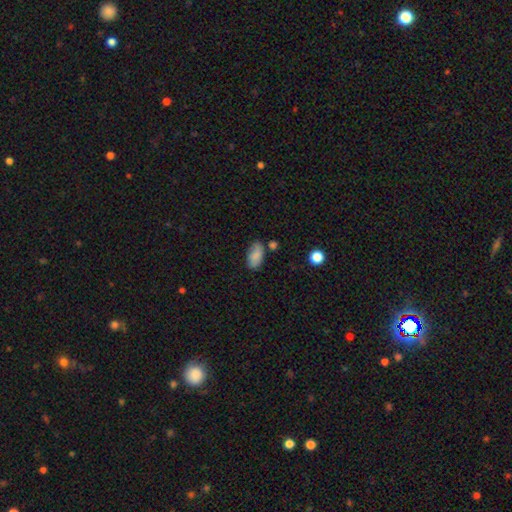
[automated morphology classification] Smooth or featured? Predicted: smooth (p=0.82). How rounded? Predicted: in between (p=0.93). Merging? Predicted: none (p=0.64).